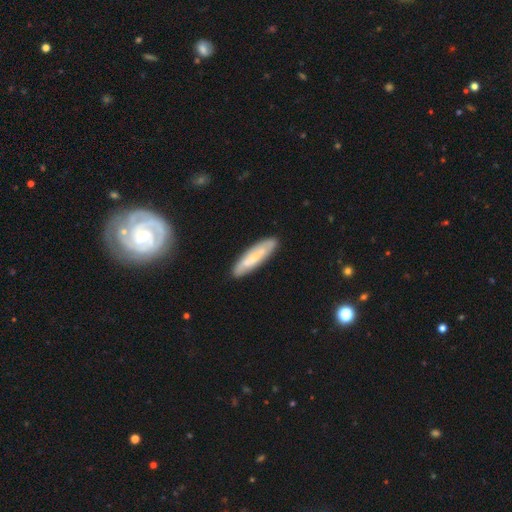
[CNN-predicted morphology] smooth 53%, featured or disk 40%, star or artifact 7%. Down the decision tree: how rounded — cigar-shaped (74%); merging — none (84%).